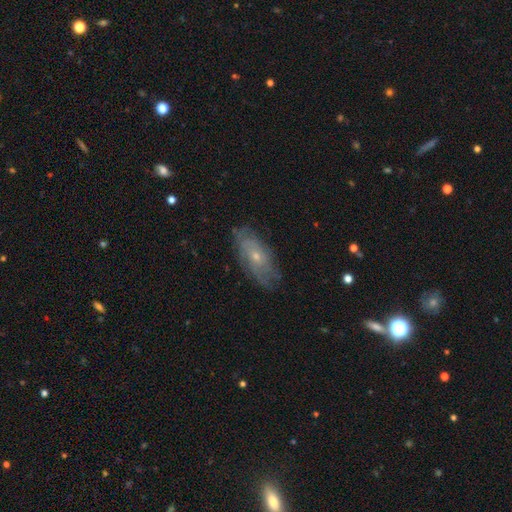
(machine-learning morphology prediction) Smooth or featured: featured or disk — 60% (smooth — 32%)
Edge-on disk: no — 84% (yes — 16%)
Bar: no — 82% (weak — 15%)
Spiral arms: yes — 70% (no — 30%)
Bulge size: small — 66% (moderate — 31%)
Merging: none — 75% (minor disturbance — 19%)